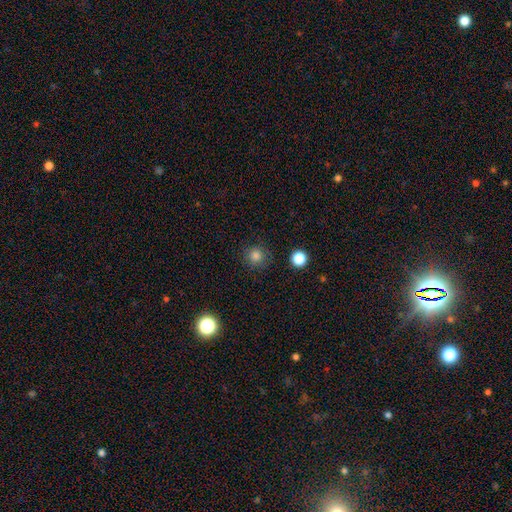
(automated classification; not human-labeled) A smooth galaxy with no disk features (82%) that is round (94%). Merging: none (87%).